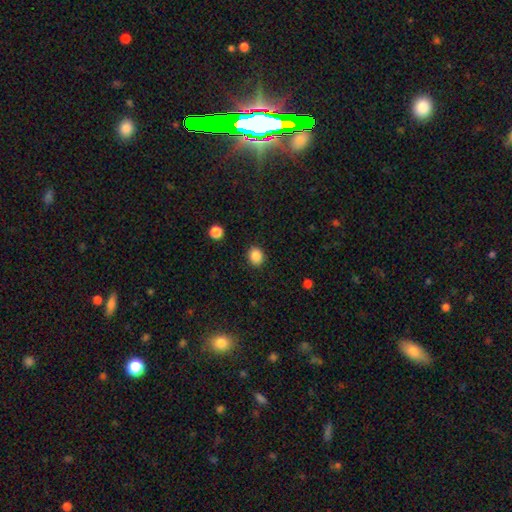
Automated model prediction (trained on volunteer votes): The model was most divided on "how rounded": round: 68%, in between: 31%, cigar-shaped: 1%. More confident: merging — none (90%); smooth or featured — smooth (87%).